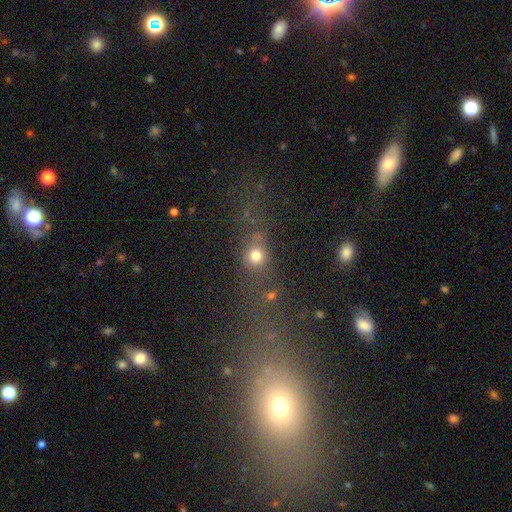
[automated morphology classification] type=smooth (67%); roundness=round (64%); merging=none (48%).